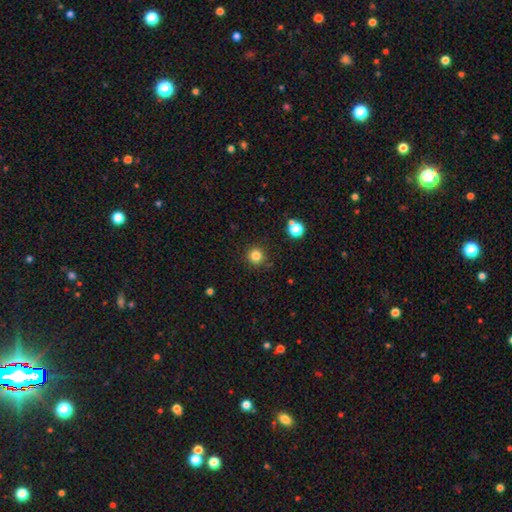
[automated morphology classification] smooth 82%, star or artifact 13%, featured or disk 5%. Down the decision tree: how rounded — round (95%); merging — none (89%).